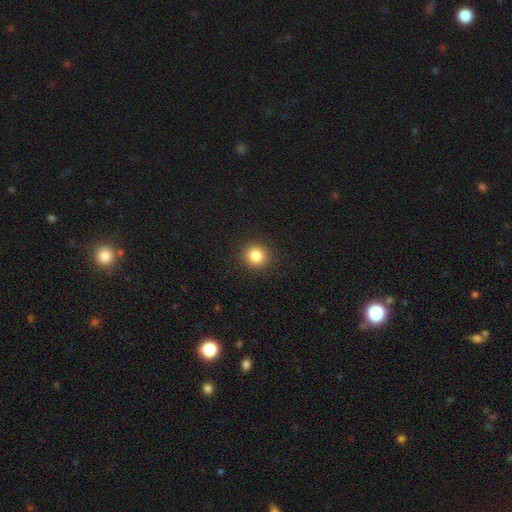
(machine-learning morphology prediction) smooth-or-featured: smooth: 84% | star or artifact: 11% | featured or disk: 5%
  how-rounded: round: 92% | in between: 7% | cigar-shaped: 1%
  merging: none: 92% | minor disturbance: 5% | major disturbance: 2% | merger: 1%